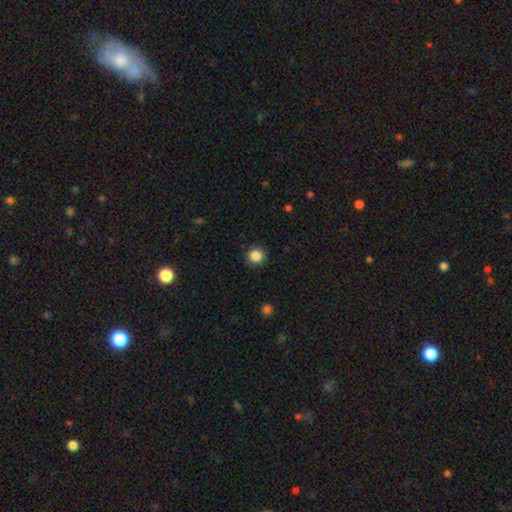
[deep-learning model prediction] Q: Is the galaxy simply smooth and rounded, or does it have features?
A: smooth — 86%.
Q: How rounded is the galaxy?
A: round — 91%.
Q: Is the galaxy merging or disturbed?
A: none — 91%.